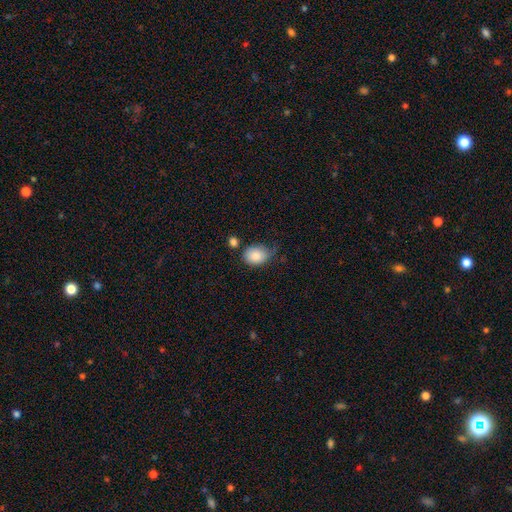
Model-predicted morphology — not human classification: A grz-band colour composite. It shows a smooth galaxy with no disk features (84%) that is round (50%). Merging: none (48%).